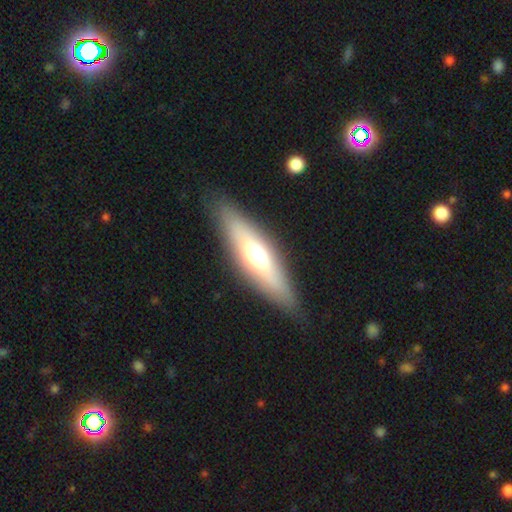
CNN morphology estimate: smooth_or_featured: smooth (p=0.50) [alt: featured or disk p=0.44]
how_rounded: cigar-shaped (p=0.61) [alt: in between p=0.37]
merging: none (p=0.87) [alt: minor disturbance p=0.09]